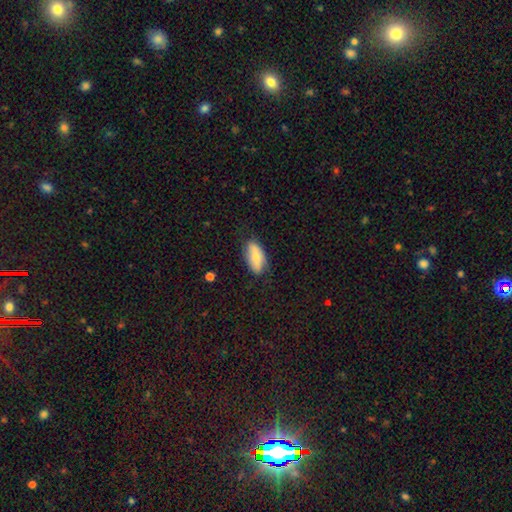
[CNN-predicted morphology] smooth-or-featured: smooth: 68% | featured or disk: 26% | star or artifact: 7%
  how-rounded: in between: 89% | cigar-shaped: 8% | round: 3%
  merging: none: 72% | minor disturbance: 21% | major disturbance: 5% | merger: 1%